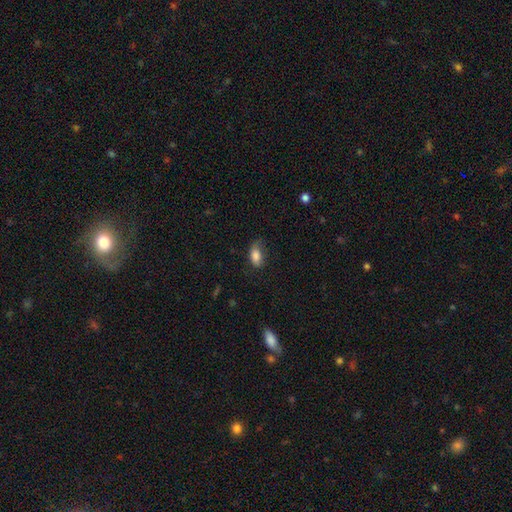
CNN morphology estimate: The model was most divided on "merging": none: 54%, minor disturbance: 32%, major disturbance: 12%, merger: 2%. More confident: how rounded — in between (90%); smooth or featured — smooth (84%).